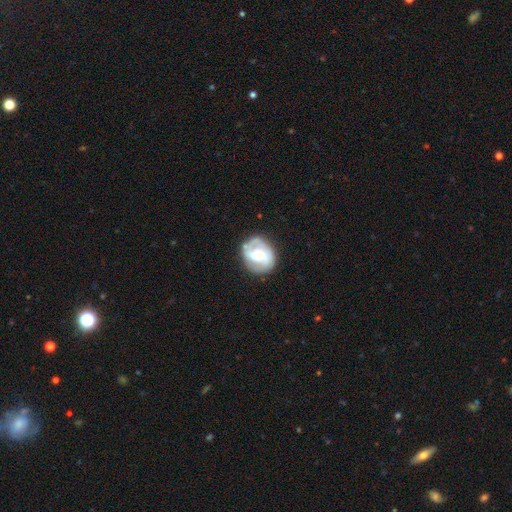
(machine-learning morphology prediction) This is likely a featured or disk galaxy (67%). It is clearly not viewed edge-on (97%). Bar: marginally no (43%). Spiral arm pattern: likely yes (78%). Spiral arm count: likely 2 (68%). Spiral winding: marginally medium (43%). Central bulge: possibly moderate (48%). Merging: likely none (71%).